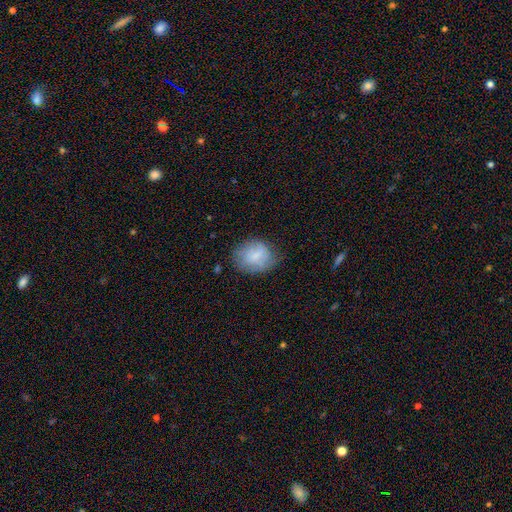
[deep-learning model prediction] This is likely a smooth galaxy (68%). How rounded: possibly in between (56%). Merging: possibly none (59%).